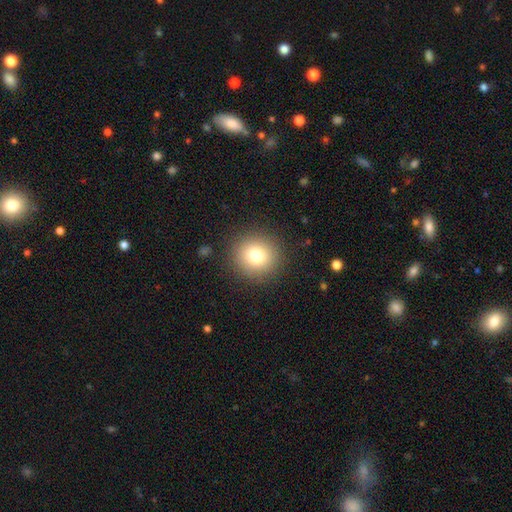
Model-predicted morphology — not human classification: Smooth or featured: smooth — 78% (star or artifact — 12%)
How rounded: round — 93% (in between — 6%)
Merging: none — 89% (minor disturbance — 7%)